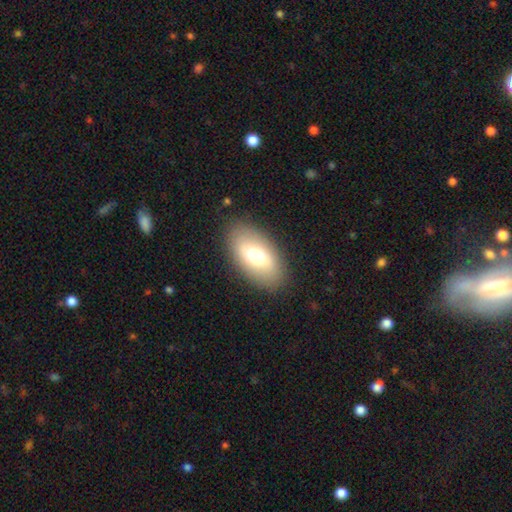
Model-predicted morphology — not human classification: Smooth or featured: smooth — 67% (featured or disk — 25%)
How rounded: in between — 92% (round — 5%)
Merging: none — 86% (minor disturbance — 10%)